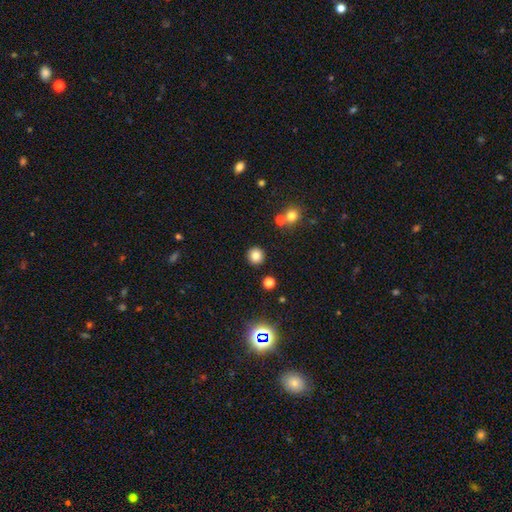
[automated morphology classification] This is clearly a smooth galaxy (81%). How rounded: clearly round (94%). Merging: clearly none (90%).